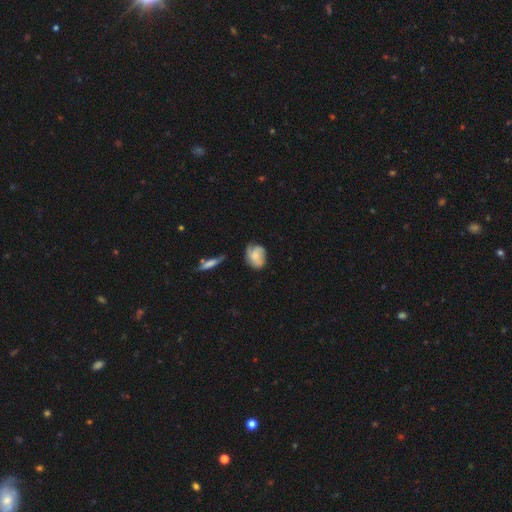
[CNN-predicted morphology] Smooth or featured? smooth (59%)
How rounded? in between (63%)
Merging? none (49%)